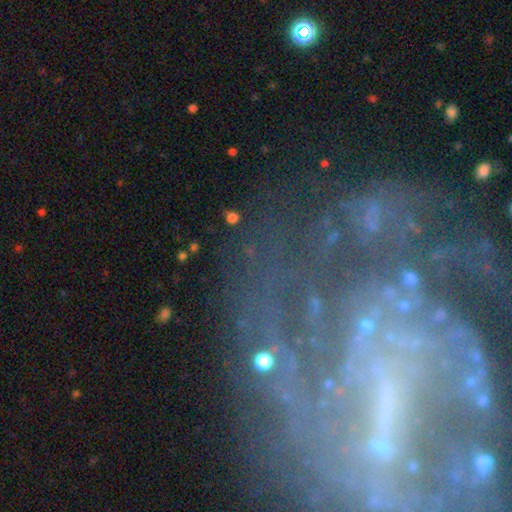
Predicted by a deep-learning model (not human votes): featured or disk 76%, star or artifact 15%, smooth 9%. Down the decision tree: edge-on disk — no (96%); bar — no (37%); spiral arms — yes (76%); spiral arm count — can't tell (41%); spiral winding — tight (50%); bulge size — none (42%); merging — none (57%).